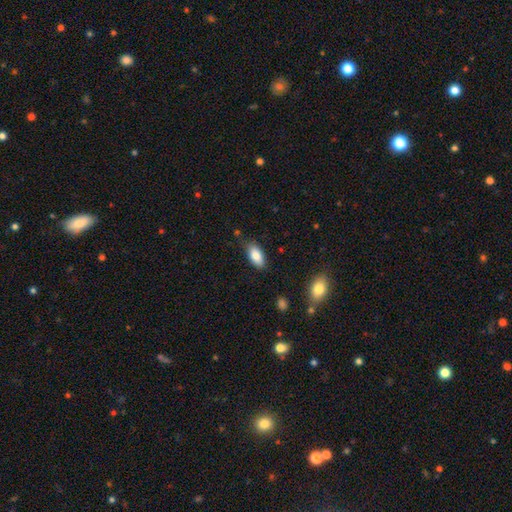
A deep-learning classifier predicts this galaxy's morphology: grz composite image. It shows a smooth galaxy with no disk features (82%) that is in between round and cigar-shaped (91%). Merging: none (77%).